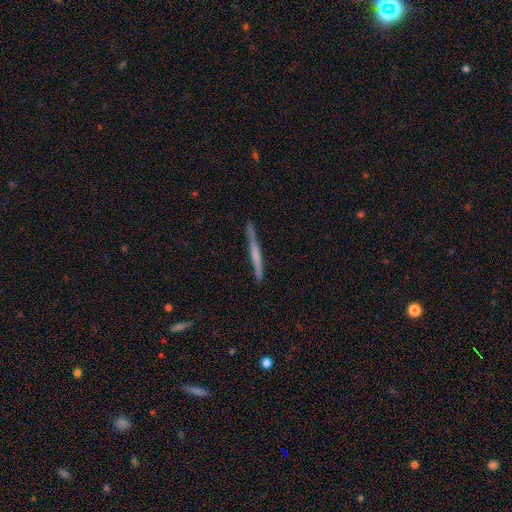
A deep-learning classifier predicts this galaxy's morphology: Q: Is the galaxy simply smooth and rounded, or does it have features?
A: featured or disk — 50%.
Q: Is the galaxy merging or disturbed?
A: none — 86%.